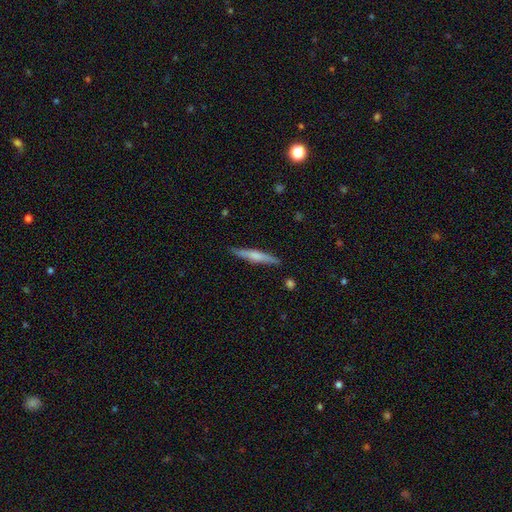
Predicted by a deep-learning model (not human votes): Q: Smooth or featured?
A: smooth (52%); runner-up: featured or disk (42%)
Q: How rounded?
A: cigar-shaped (93%); runner-up: in between (6%)
Q: Merging?
A: none (87%); runner-up: minor disturbance (10%)